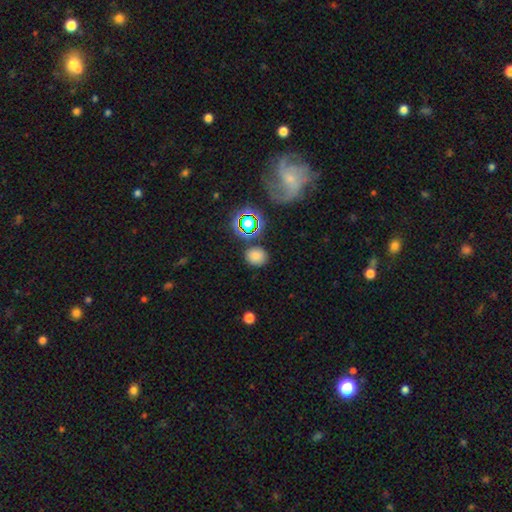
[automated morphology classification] A smooth galaxy with no disk features (73%) that is round (75%).

Vote fractions:
- Smooth or featured? smooth: 73% / star or artifact: 19% / featured or disk: 7%
- How rounded? round: 75% / in between: 24% / cigar-shaped: 1%
- Merging? none: 82% / minor disturbance: 10% / merger: 5% / major disturbance: 3%